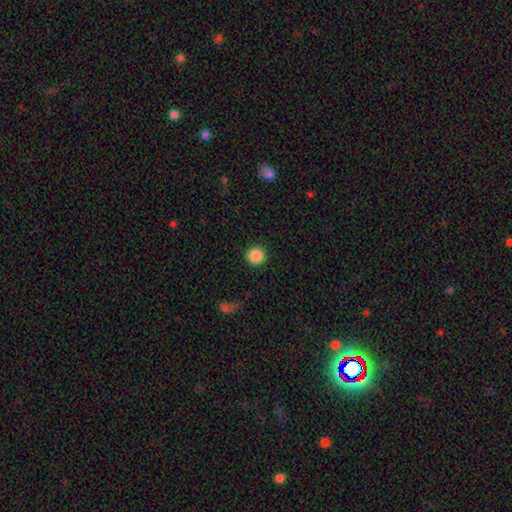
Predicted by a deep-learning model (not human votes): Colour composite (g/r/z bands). It shows a smooth galaxy with no disk features (88%) that is round (95%). Merging: none (91%).